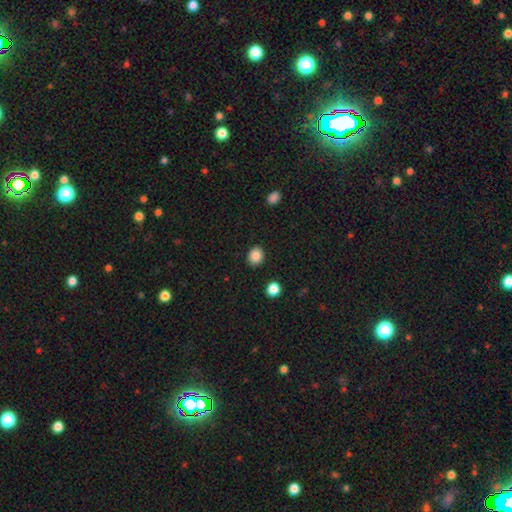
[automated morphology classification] smooth_or_featured: smooth (p=0.86) [alt: star or artifact p=0.10]
how_rounded: round (p=0.66) [alt: in between p=0.33]
merging: none (p=0.89) [alt: minor disturbance p=0.07]